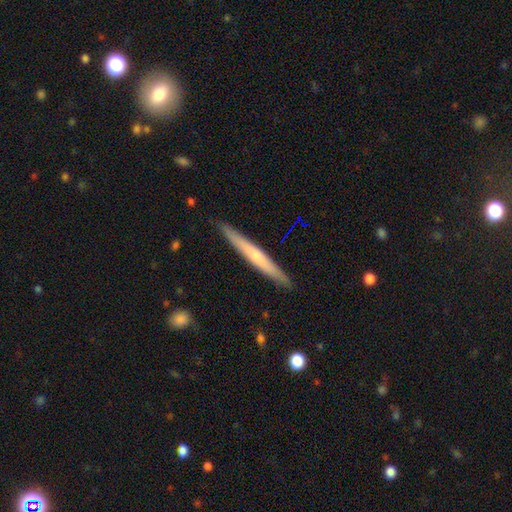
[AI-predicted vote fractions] featured or disk 51%, smooth 44%, star or artifact 5%. Down the decision tree: edge-on disk — yes (96%); merging — none (91%).